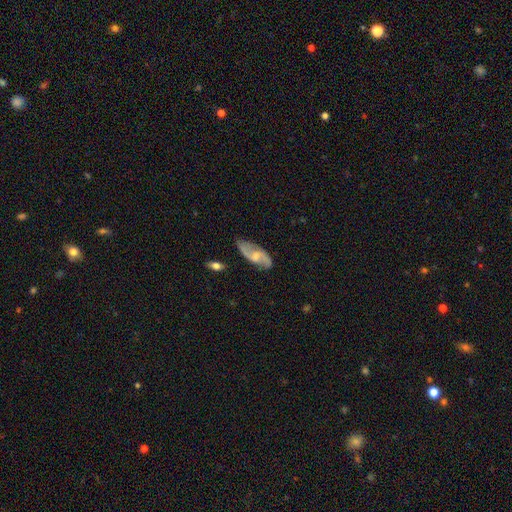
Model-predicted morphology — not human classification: The model was most divided on "bulge size": small: 45%, moderate: 42%, none: 8%, large: 3%, dominant: 1%. Remaining: edge-on disk — no (94%); spiral arms — yes (93%); spiral arm count — 2 (90%); smooth or featured — featured or disk (76%); merging — none (75%); spiral winding — loose (48%); bar — weak (47%).